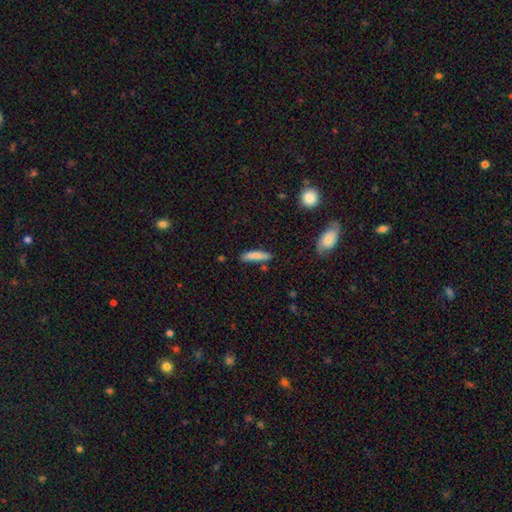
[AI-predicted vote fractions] This is clearly a smooth galaxy (83%). How rounded: likely cigar-shaped (79%). Merging: likely none (78%).